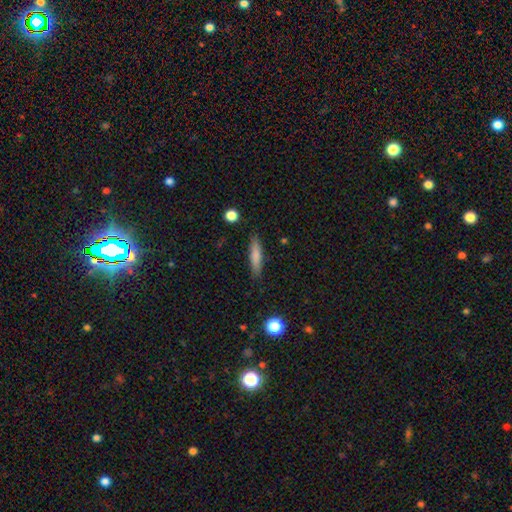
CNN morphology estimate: Smooth or featured: smooth — 77% (featured or disk — 16%)
How rounded: cigar-shaped — 83% (in between — 15%)
Merging: none — 85% (minor disturbance — 11%)